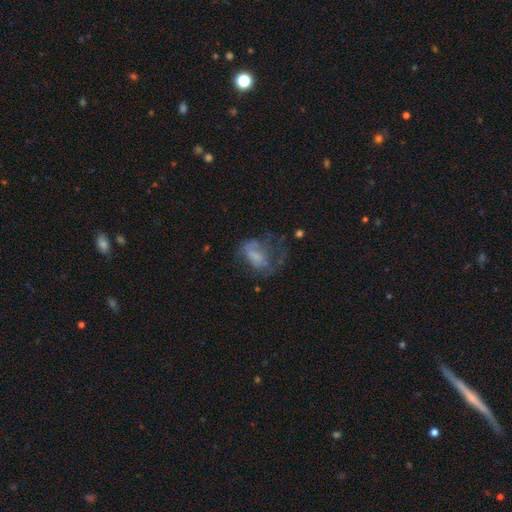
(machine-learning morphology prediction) type=featured or disk (46%); merging=major disturbance (52%).